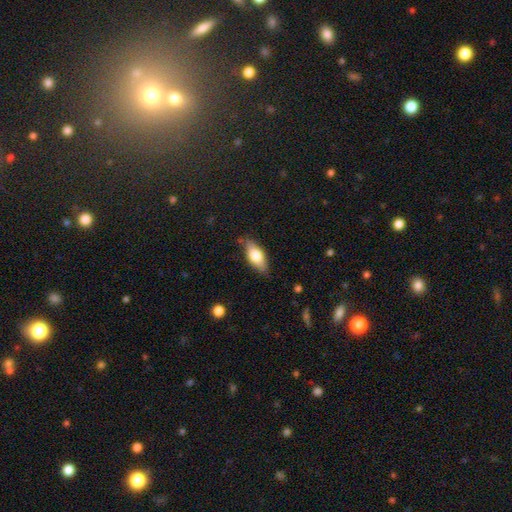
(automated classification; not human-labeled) Morphology: type=smooth (66%); roundness=in between (80%); merging=none (79%).